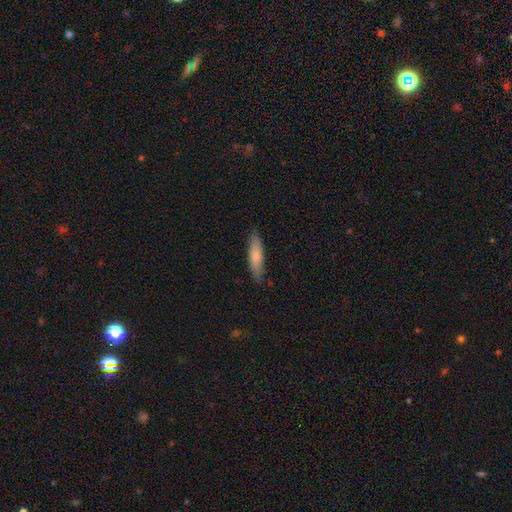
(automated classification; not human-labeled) Q: Smooth or featured?
A: smooth (77%); runner-up: featured or disk (18%)
Q: How rounded?
A: cigar-shaped (69%); runner-up: in between (30%)
Q: Merging?
A: none (84%); runner-up: minor disturbance (13%)